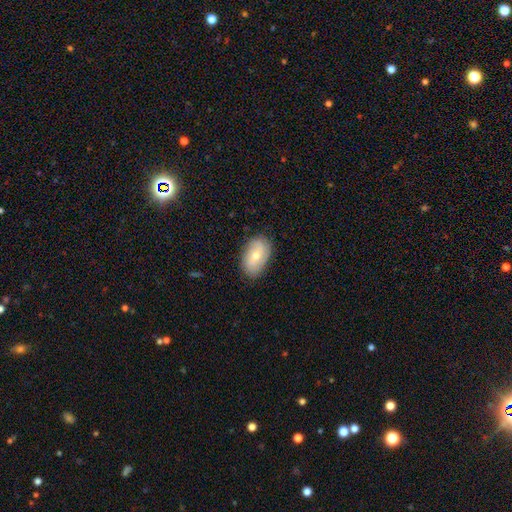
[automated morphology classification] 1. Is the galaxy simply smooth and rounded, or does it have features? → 49% smooth, 43% featured or disk, 8% star or artifact.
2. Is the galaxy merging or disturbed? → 83% none, 13% minor disturbance, 3% major disturbance, 1% merger.